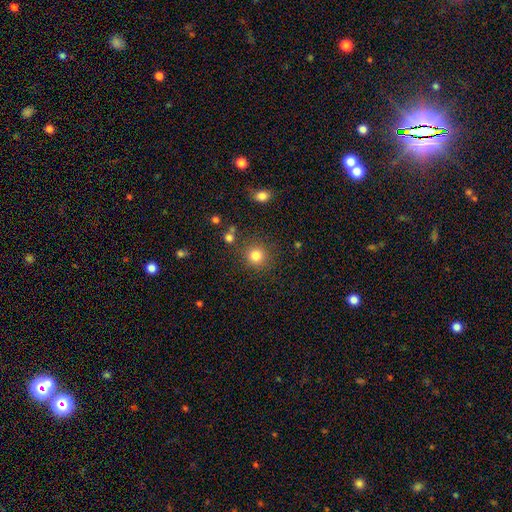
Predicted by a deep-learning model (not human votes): Morphology: type=smooth (82%); roundness=round (92%); merging=none (85%).